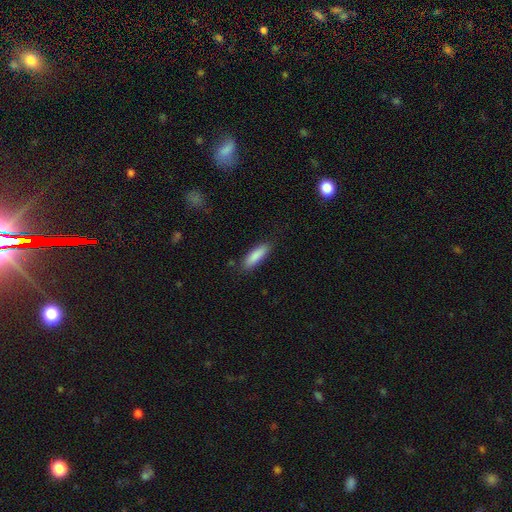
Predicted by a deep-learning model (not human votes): Q: Smooth or featured?
A: smooth (87%); runner-up: featured or disk (7%)
Q: How rounded?
A: cigar-shaped (54%); runner-up: in between (44%)
Q: Merging?
A: none (85%); runner-up: minor disturbance (12%)